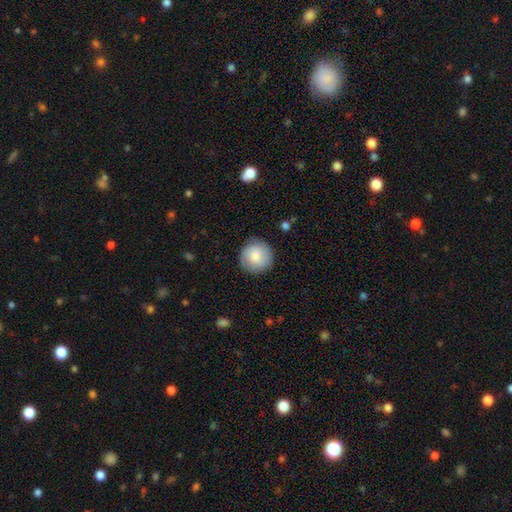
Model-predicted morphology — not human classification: Q: Smooth or featured?
A: smooth (81%); runner-up: featured or disk (13%)
Q: How rounded?
A: round (94%); runner-up: in between (5%)
Q: Merging?
A: none (88%); runner-up: minor disturbance (9%)